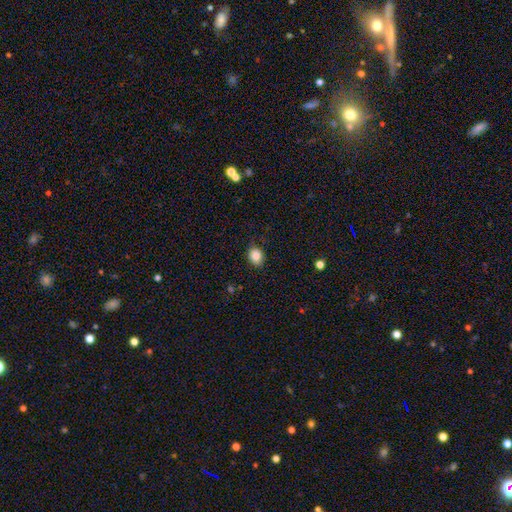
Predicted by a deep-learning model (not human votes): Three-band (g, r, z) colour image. It shows a smooth galaxy with no disk features (86%) that is round (58%). Merging: none (82%).